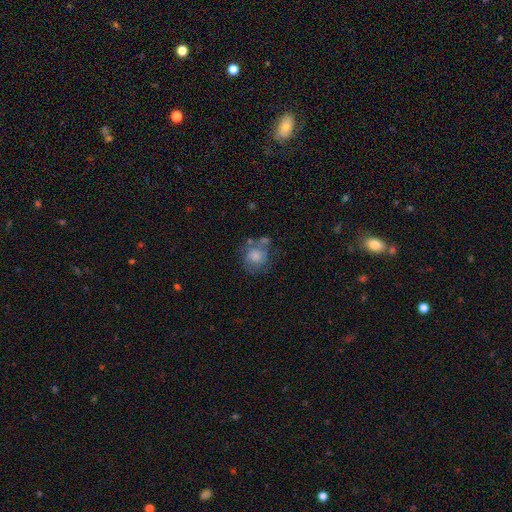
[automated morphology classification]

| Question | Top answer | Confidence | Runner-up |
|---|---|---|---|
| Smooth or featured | smooth | 59% | featured or disk (32%) |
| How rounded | round | 77% | in between (22%) |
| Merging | none | 47% | minor disturbance (23%) |